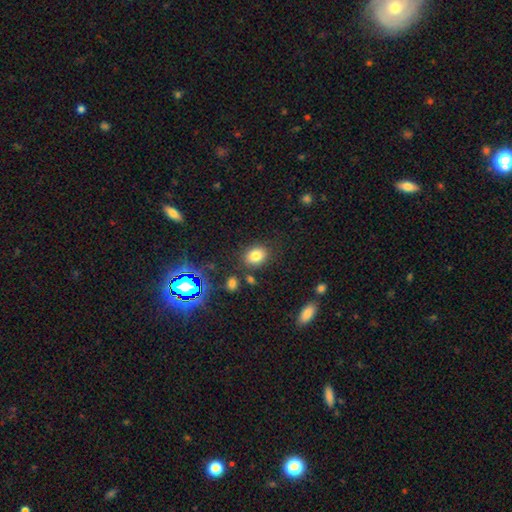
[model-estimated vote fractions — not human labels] Morphology: type=smooth (77%); roundness=in between (54%); merging=none (80%).